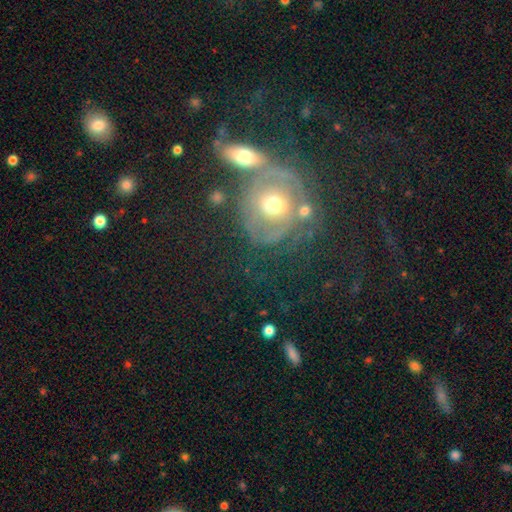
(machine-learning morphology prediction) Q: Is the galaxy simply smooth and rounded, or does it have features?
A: featured or disk — 59%.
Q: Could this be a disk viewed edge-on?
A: no — 93%.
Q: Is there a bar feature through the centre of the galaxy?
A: no — 79%.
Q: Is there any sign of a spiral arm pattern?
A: yes — 55%.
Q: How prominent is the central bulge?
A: moderate — 65%.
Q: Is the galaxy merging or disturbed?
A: merger — 38%.